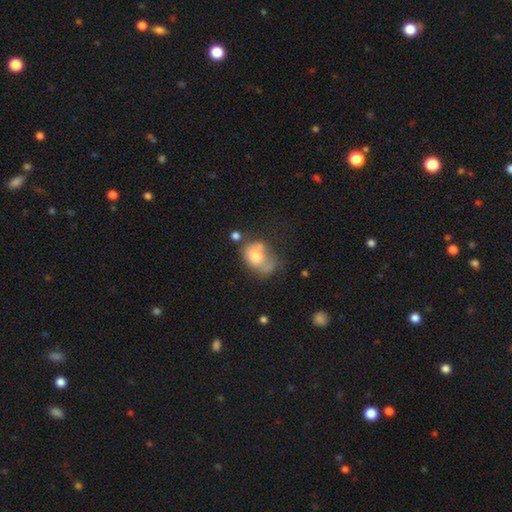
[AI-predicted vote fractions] Q: Smooth or featured?
A: smooth (66%); runner-up: featured or disk (25%)
Q: How rounded?
A: in between (67%); runner-up: round (32%)
Q: Merging?
A: major disturbance (32%); runner-up: minor disturbance (26%)